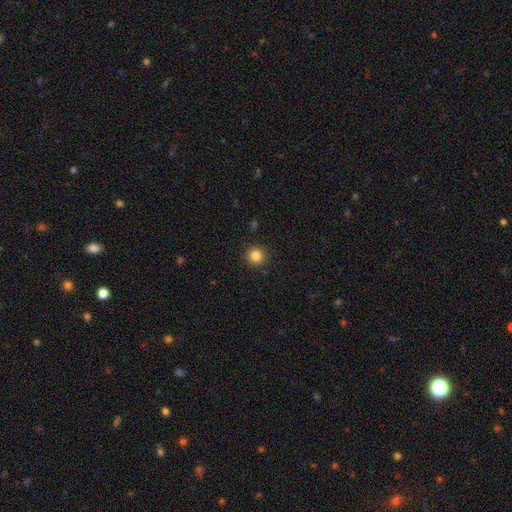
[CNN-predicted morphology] A smooth galaxy with no disk features (84%) that is round (95%). Merging: none (92%).